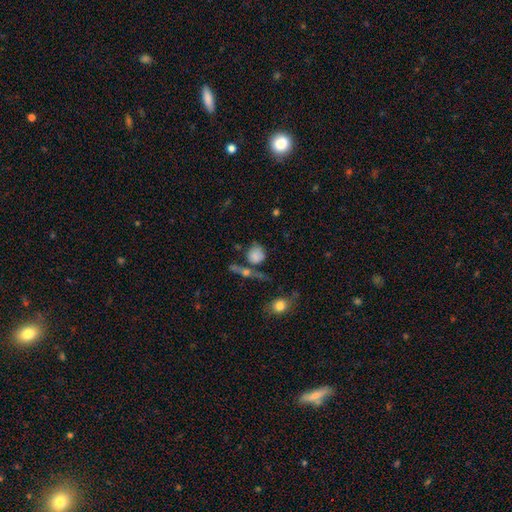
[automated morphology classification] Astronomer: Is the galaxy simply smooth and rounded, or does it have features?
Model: smooth — 73%.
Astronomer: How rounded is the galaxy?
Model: round — 80%.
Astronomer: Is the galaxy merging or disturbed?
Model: none — 50%.